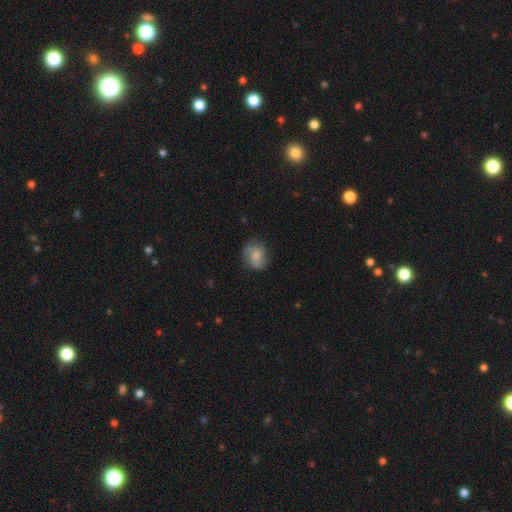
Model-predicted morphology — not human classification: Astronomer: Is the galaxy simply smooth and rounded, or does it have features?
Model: smooth — 63%.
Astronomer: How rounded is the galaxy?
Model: in between — 51% (runner-up: round, 47%).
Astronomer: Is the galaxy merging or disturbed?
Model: none — 63%.